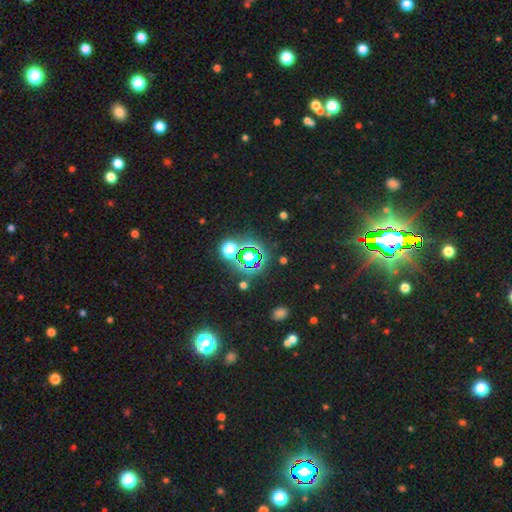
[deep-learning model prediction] smooth_or_featured: star or artifact (p=0.80) [alt: smooth p=0.13]